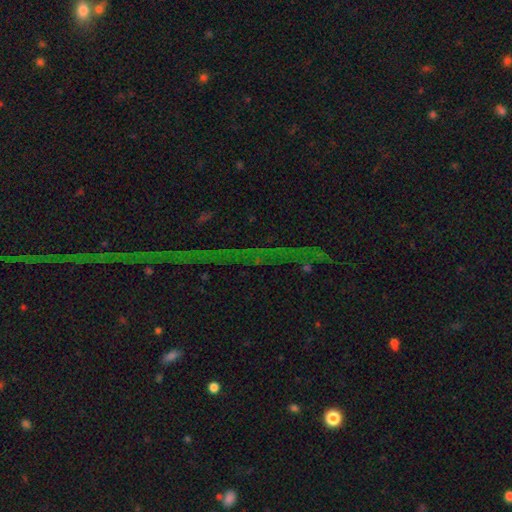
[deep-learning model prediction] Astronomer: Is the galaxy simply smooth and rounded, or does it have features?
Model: star or artifact — 80%.